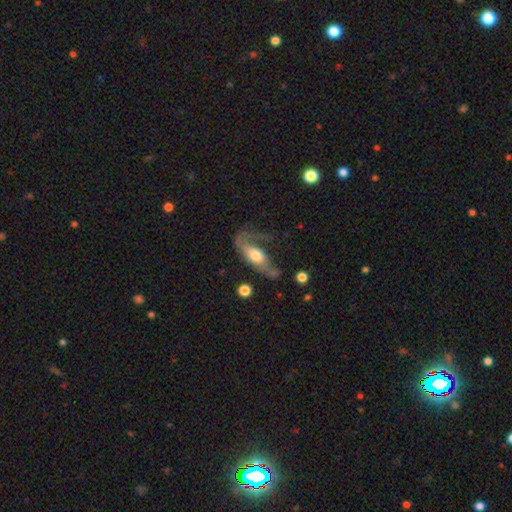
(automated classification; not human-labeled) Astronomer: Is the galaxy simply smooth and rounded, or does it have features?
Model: featured or disk — 61%.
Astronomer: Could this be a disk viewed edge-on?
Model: no — 76%.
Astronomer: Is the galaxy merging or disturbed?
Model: major disturbance — 40% (runner-up: none, 32%).